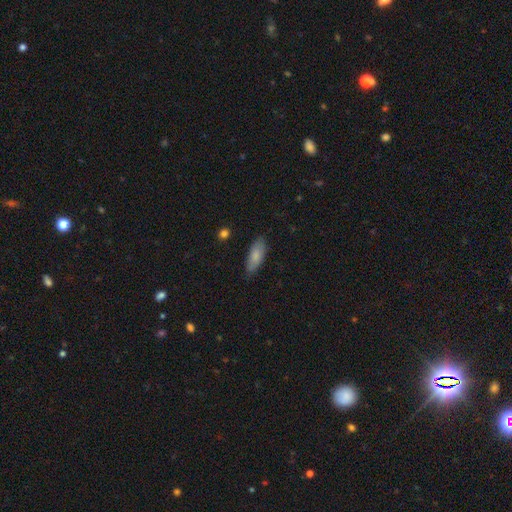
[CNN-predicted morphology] Smooth or featured: smooth — 81% (featured or disk — 13%)
How rounded: in between — 77% (cigar-shaped — 21%)
Merging: none — 74% (minor disturbance — 21%)